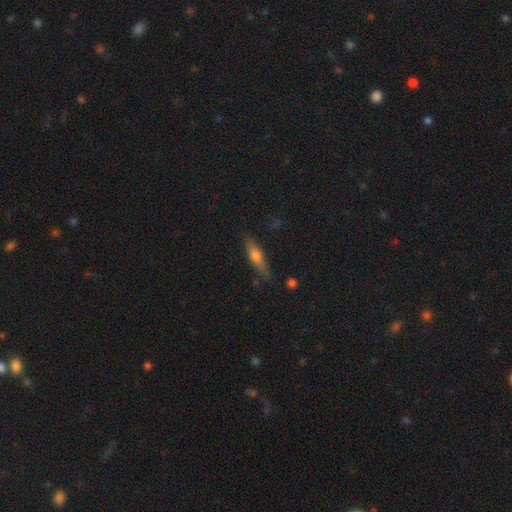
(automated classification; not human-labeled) This is possibly a smooth galaxy (56%). How rounded: likely cigar-shaped (70%). Merging: clearly none (81%).